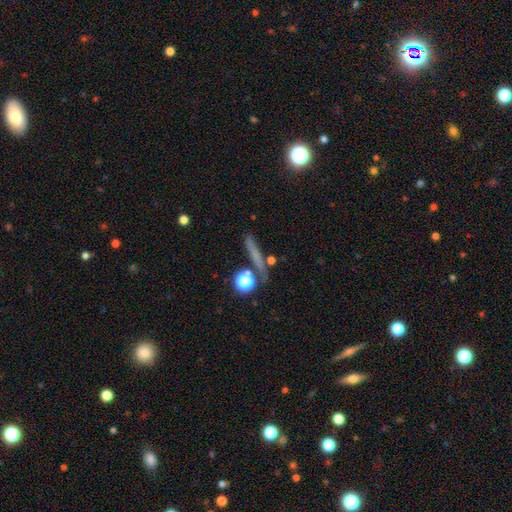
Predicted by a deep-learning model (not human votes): This is possibly a smooth galaxy (51%). How rounded: likely cigar-shaped (71%). Merging: likely none (73%).